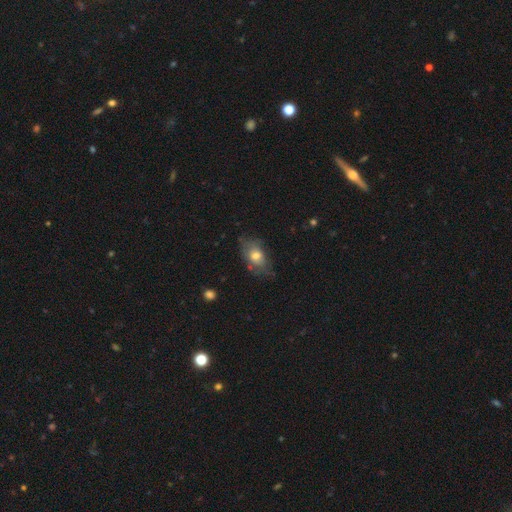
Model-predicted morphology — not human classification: Smooth or featured?
  - smooth: 65% *
  - featured or disk: 27%
  - star or artifact: 8%
How rounded?
  - in between: 86% *
  - round: 11%
  - cigar-shaped: 3%
Merging?
  - none: 60% *
  - minor disturbance: 27%
  - major disturbance: 11%
  - merger: 2%